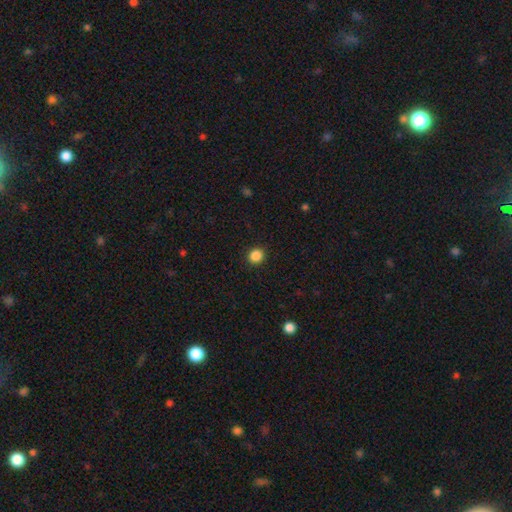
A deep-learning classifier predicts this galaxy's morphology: Overall: smooth (87%). How rounded: round (87%). Merging: none (92%).